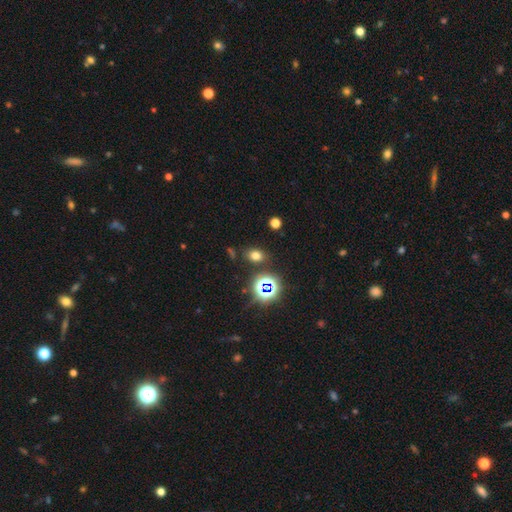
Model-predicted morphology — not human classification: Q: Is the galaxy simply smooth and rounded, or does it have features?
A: smooth — 67%.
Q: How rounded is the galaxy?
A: in between — 67%.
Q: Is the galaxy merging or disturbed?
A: none — 82%.